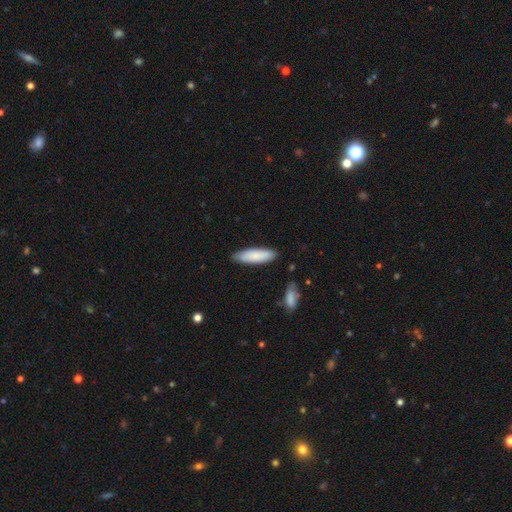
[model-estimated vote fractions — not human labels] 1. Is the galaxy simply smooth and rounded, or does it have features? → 84% smooth, 10% featured or disk, 5% star or artifact.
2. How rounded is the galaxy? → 54% cigar-shaped, 45% in between, 1% round.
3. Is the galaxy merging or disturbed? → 81% none, 14% minor disturbance, 2% major disturbance, 2% merger.